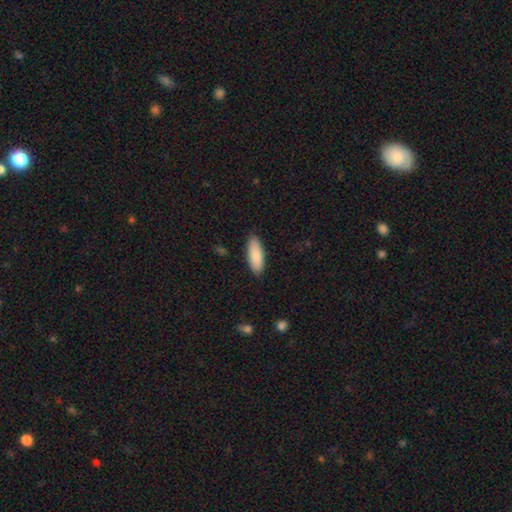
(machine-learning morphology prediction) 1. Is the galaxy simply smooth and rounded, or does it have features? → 88% smooth, 7% featured or disk, 5% star or artifact.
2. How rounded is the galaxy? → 70% in between, 29% cigar-shaped, 2% round.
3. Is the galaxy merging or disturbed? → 87% none, 10% minor disturbance, 2% major disturbance, 1% merger.